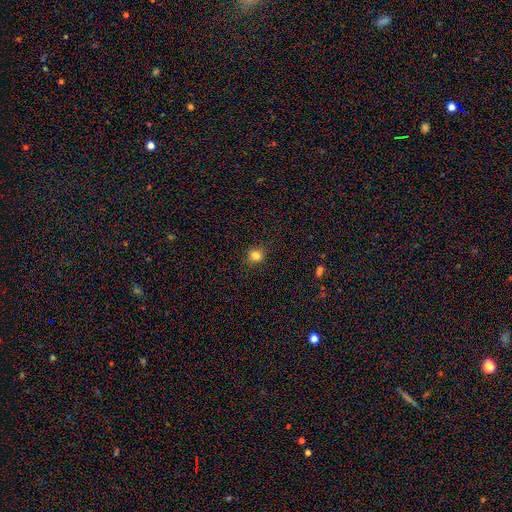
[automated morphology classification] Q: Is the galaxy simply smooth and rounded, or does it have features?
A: smooth — 82%.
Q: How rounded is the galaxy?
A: round — 88%.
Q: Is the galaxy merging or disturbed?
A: none — 88%.